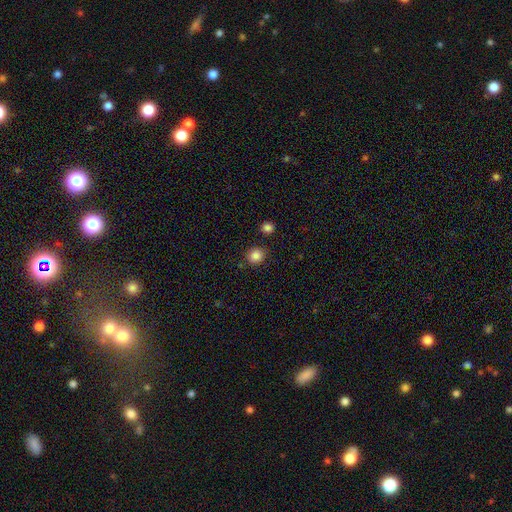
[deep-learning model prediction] A smooth galaxy with no disk features (86%) that is round (84%). Merging: none (85%).